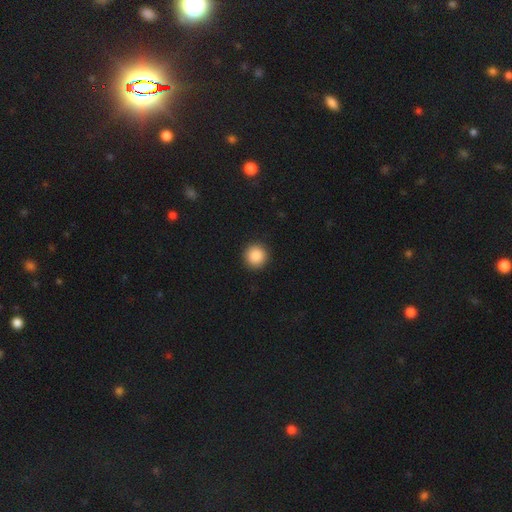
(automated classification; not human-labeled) A smooth galaxy with no disk features (88%) that is round (95%). Merging: none (93%).